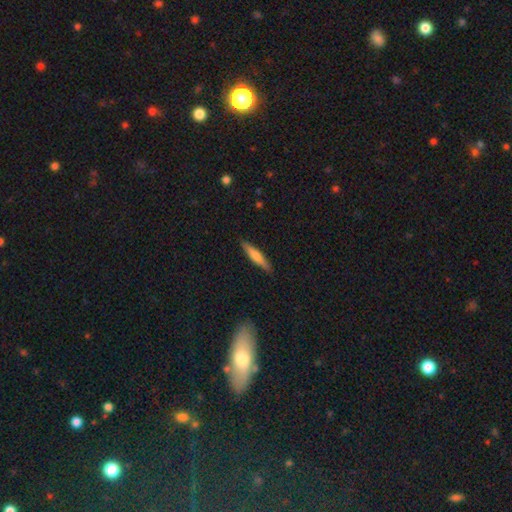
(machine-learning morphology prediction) Overall: smooth (65%; featured or disk 30%). How rounded: cigar-shaped (89%). Merging: none (89%).